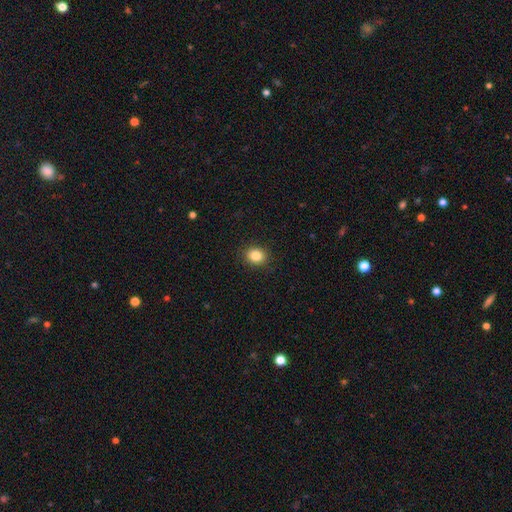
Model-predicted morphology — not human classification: Smooth or featured? smooth (85%)
How rounded? round (67%)
Merging? none (90%)